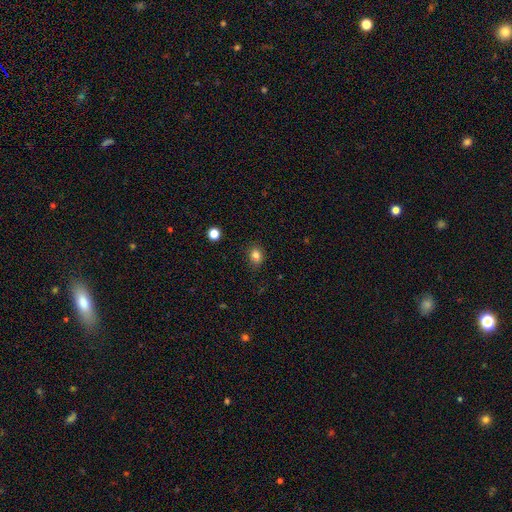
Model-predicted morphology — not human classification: This is clearly a smooth galaxy (80%). How rounded: possibly round (54%). Merging: likely none (73%).